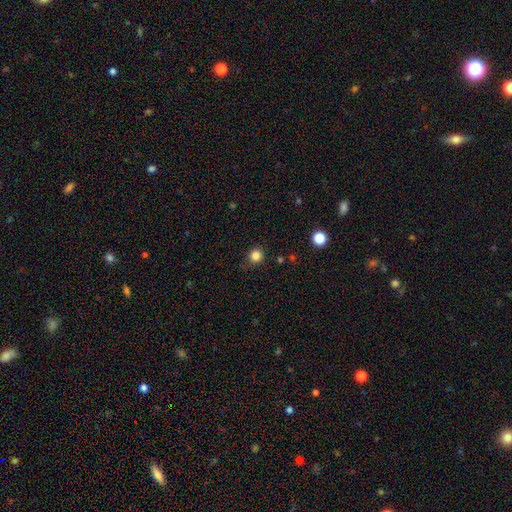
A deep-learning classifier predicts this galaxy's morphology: Overall: smooth (83%). How rounded: round (91%). Merging: none (84%).